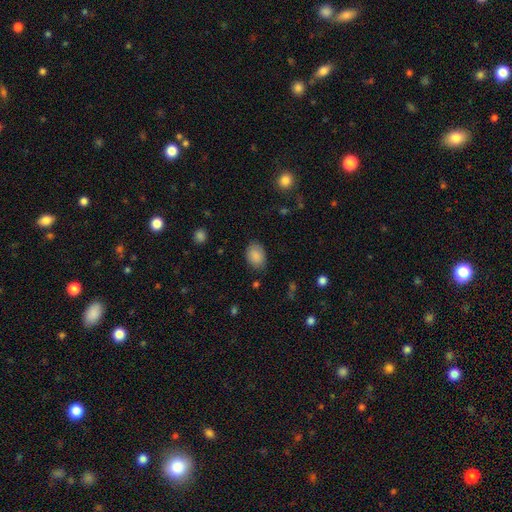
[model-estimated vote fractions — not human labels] Morphology: type=smooth (87%); roundness=in between (77%); merging=none (78%).